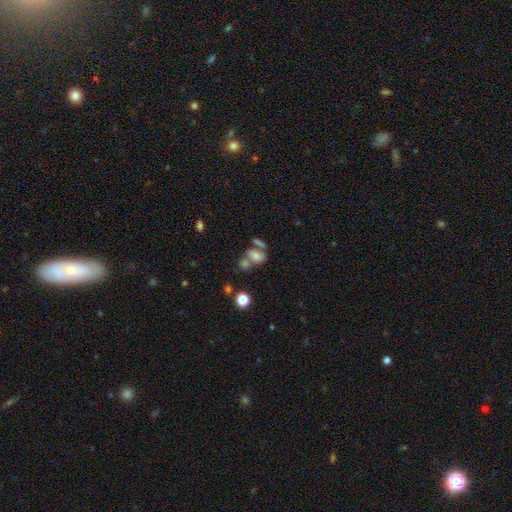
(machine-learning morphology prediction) Smooth or featured? smooth (64%)
How rounded? in between (71%)
Merging? merger (48%)